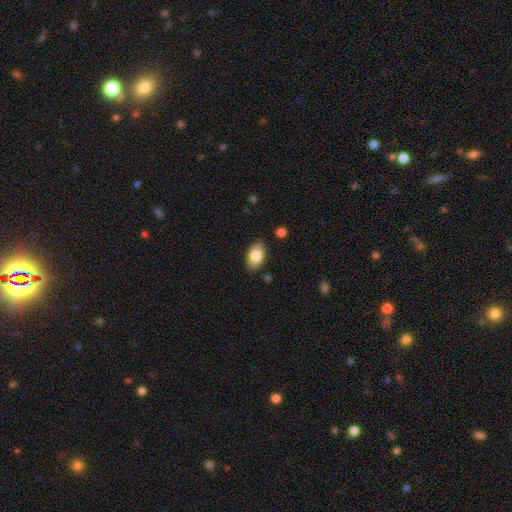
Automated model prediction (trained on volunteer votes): A smooth galaxy with no disk features (83%) that is in between round and cigar-shaped (92%). Merging: none (86%).